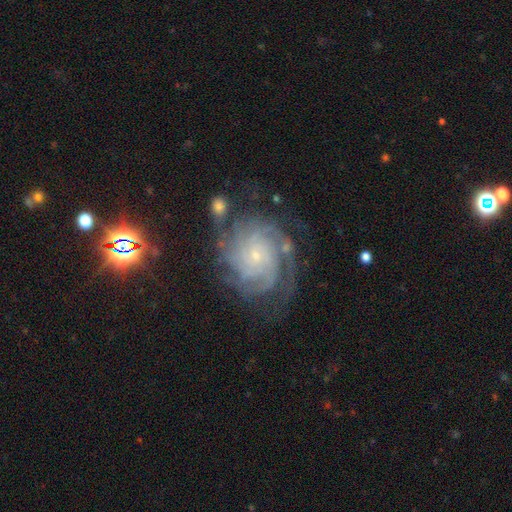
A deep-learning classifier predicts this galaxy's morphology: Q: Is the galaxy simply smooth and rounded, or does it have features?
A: featured or disk — 87%.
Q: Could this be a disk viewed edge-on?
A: no — 98%.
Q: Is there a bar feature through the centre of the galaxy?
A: no — 77%.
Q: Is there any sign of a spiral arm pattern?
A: yes — 98%.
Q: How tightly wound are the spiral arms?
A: tight — 71%.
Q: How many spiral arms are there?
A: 4 — 30%.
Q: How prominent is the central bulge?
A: small — 83%.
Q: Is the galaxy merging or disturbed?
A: none — 69%.